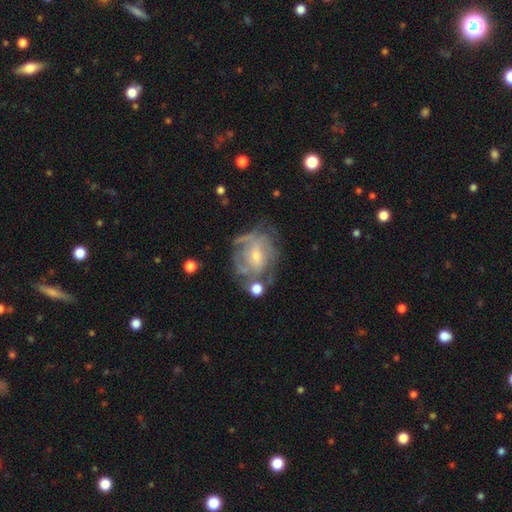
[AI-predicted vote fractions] A featured or disk galaxy (69%) with no bar (54%), spiral arms (61%) and a small central bulge (61%).

Vote fractions:
- Smooth or featured? featured or disk: 69% / smooth: 22% / star or artifact: 9%
- Edge-on disk? no: 97% / yes: 3%
- Bar? no: 54% / weak: 37% / strong: 9%
- Spiral arms? yes: 61% / no: 39%
- Bulge size? small: 61% / moderate: 31% / none: 5% / large: 2% / dominant: 1%
- Merging? none: 45% / minor disturbance: 24% / major disturbance: 22% / merger: 9%